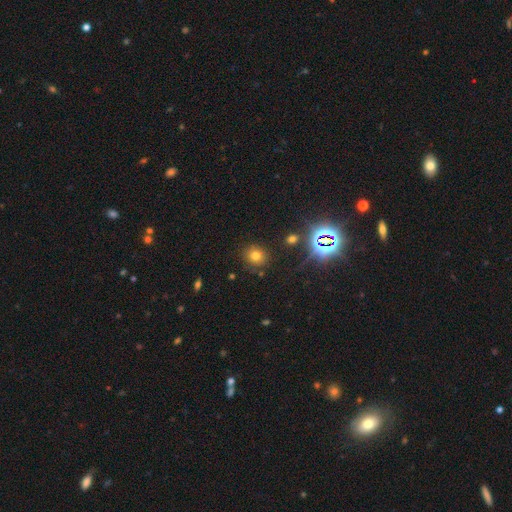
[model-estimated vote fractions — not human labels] Smooth or featured? Predicted: smooth (p=0.66). How rounded? Predicted: round (p=0.83). Merging? Predicted: none (p=0.84).